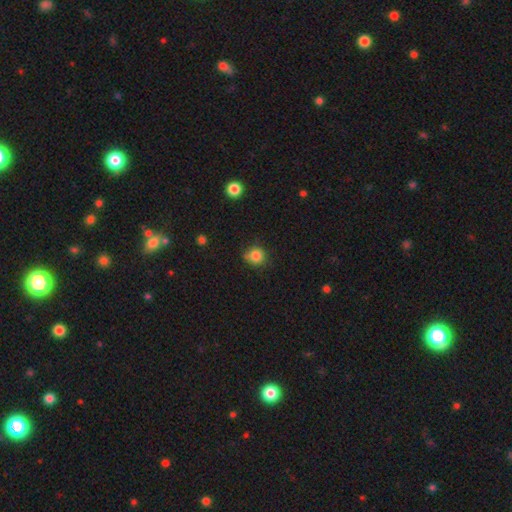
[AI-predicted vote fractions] A smooth galaxy with no disk features (83%) that is round (88%).

Vote fractions:
- Smooth or featured? smooth: 83% / star or artifact: 11% / featured or disk: 5%
- How rounded? round: 88% / in between: 11% / cigar-shaped: 1%
- Merging? none: 74% / minor disturbance: 19% / major disturbance: 4% / merger: 3%